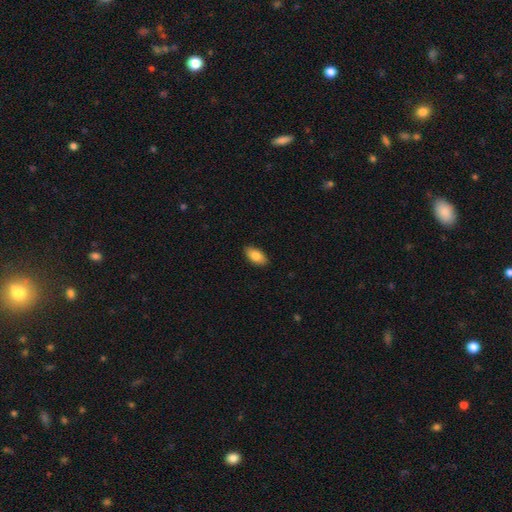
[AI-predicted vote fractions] smooth-or-featured: smooth: 84% | featured or disk: 9% | star or artifact: 6%
  how-rounded: in between: 93% | cigar-shaped: 4% | round: 3%
  merging: none: 89% | minor disturbance: 9% | major disturbance: 2% | merger: 1%